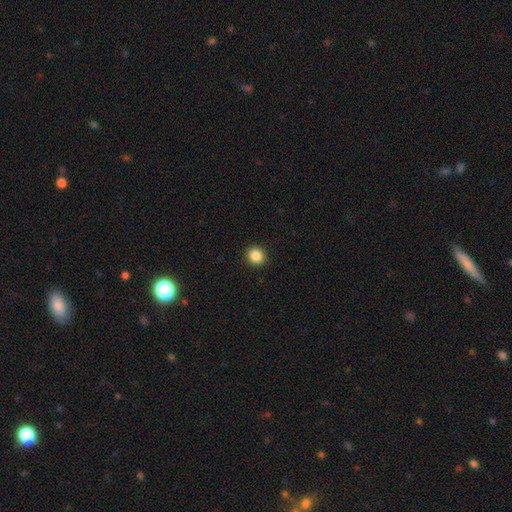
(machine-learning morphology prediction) This is clearly a smooth galaxy (87%). How rounded: clearly round (83%). Merging: clearly none (92%).